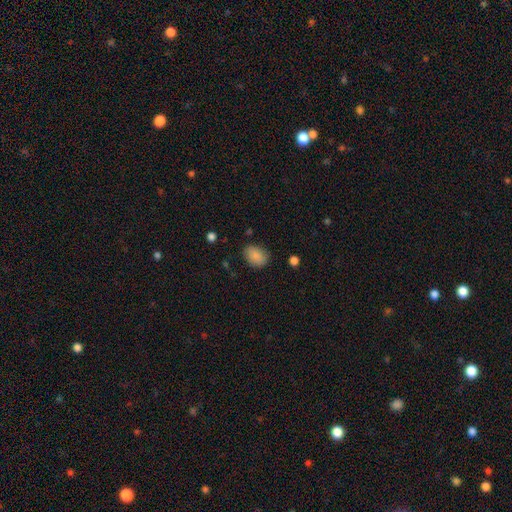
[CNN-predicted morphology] A smooth galaxy with no disk features (87%) that is in between round and cigar-shaped (74%).

Vote fractions:
- Smooth or featured? smooth: 87% / star or artifact: 8% / featured or disk: 5%
- How rounded? in between: 74% / round: 25% / cigar-shaped: 1%
- Merging? none: 78% / minor disturbance: 16% / major disturbance: 4% / merger: 1%